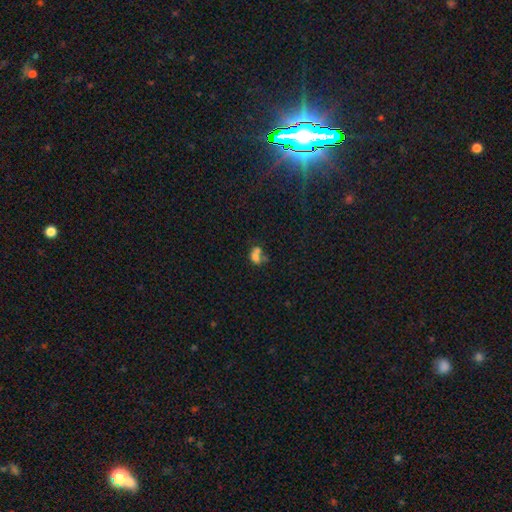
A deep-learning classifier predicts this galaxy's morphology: smooth 63%, featured or disk 21%, star or artifact 16%. Down the decision tree: how rounded — in between (66%); merging — merger (56%).